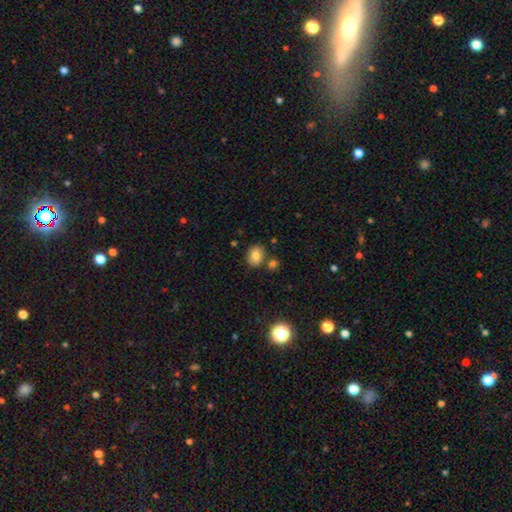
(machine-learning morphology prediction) Smooth or featured? smooth (81%)
How rounded? in between (71%)
Merging? none (75%)